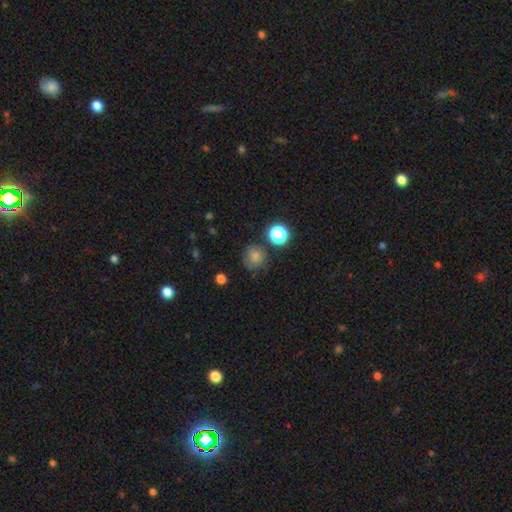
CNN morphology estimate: smooth-or-featured: smooth: 73% | star or artifact: 17% | featured or disk: 10%
  how-rounded: round: 88% | in between: 11% | cigar-shaped: 1%
  merging: none: 73% | minor disturbance: 16% | major disturbance: 5% | merger: 5%